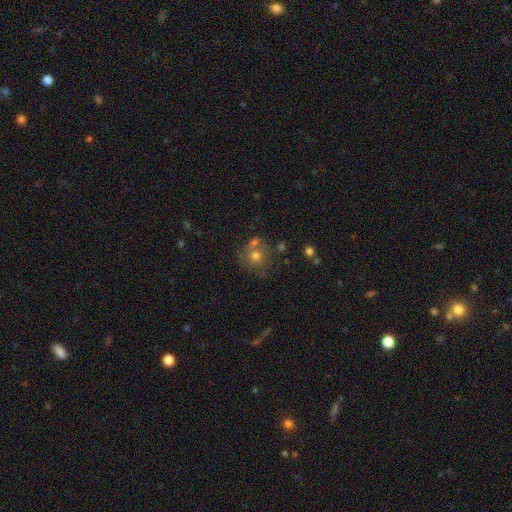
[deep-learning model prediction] Smooth or featured: smooth — 62% (featured or disk — 23%)
How rounded: round — 85% (in between — 14%)
Merging: none — 55% (merger — 23%)